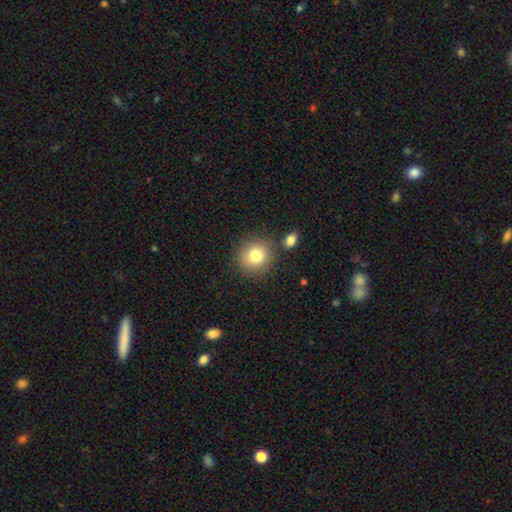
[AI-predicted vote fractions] Overall: smooth (81%). How rounded: round (87%). Merging: none (79%).